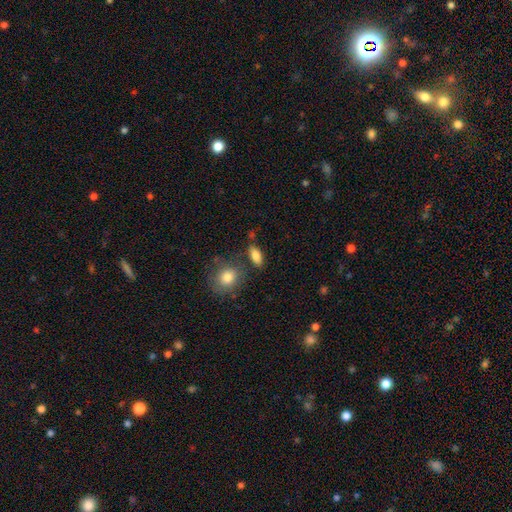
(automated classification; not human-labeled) Overall: smooth (83%). How rounded: in between (80%). Merging: none (73%).